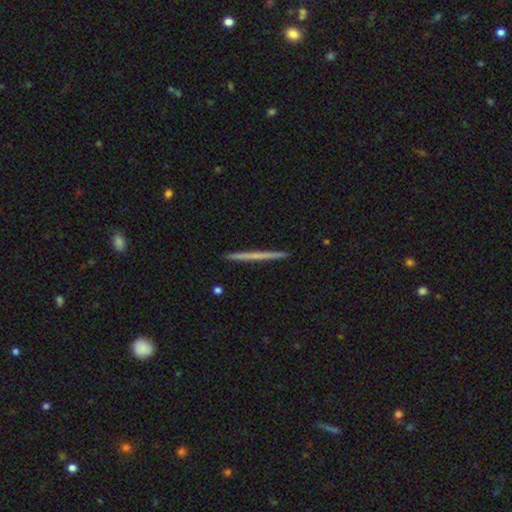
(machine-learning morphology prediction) Smooth or featured? Predicted: featured or disk (p=0.49). Merging? Predicted: none (p=0.93).